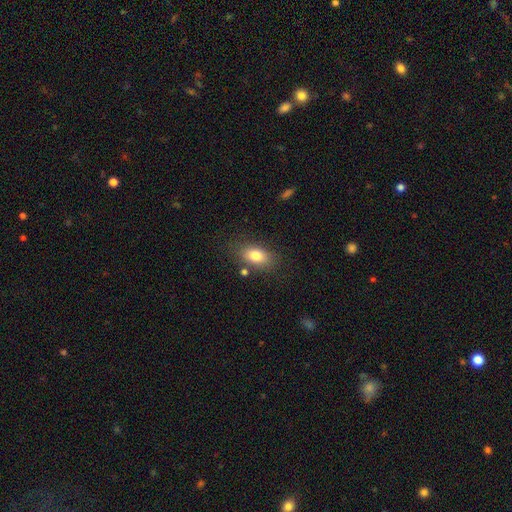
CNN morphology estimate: The model was most divided on "merging": none: 78%, minor disturbance: 13%, merger: 5%, major disturbance: 4%. More confident: how rounded — in between (87%); smooth or featured — smooth (81%).